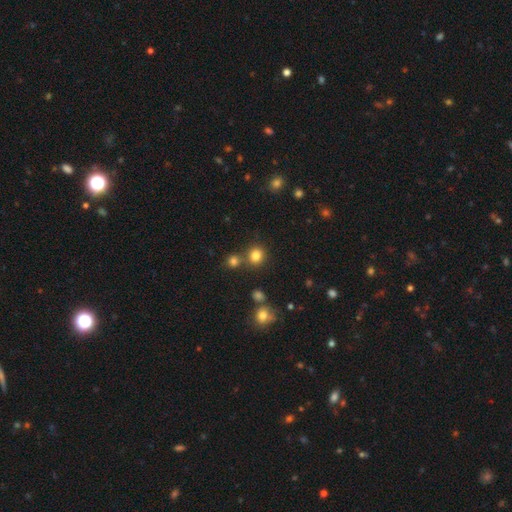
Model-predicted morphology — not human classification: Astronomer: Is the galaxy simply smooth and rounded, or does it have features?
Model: smooth — 81%.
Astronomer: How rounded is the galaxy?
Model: round — 84%.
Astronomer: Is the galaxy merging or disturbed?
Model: none — 73%.